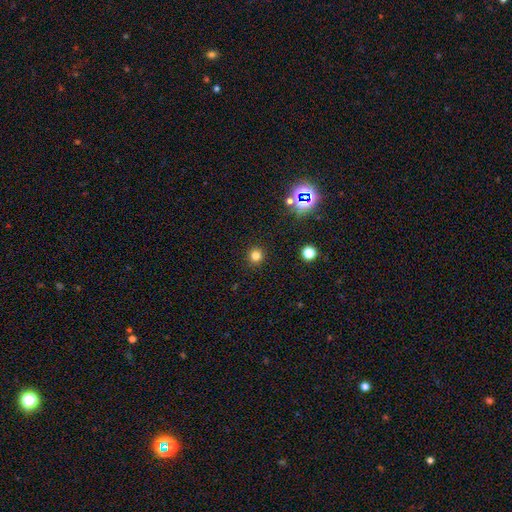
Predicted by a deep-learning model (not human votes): The model was most divided on "smooth or featured": smooth: 78%, star or artifact: 17%, featured or disk: 5%. More confident: how rounded — round (93%); merging — none (91%).